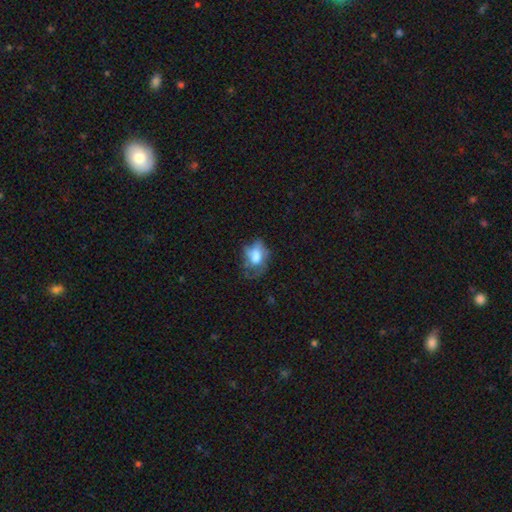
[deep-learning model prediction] Smooth or featured?
  - smooth: 56% *
  - featured or disk: 33%
  - star or artifact: 10%
How rounded?
  - in between: 76% *
  - round: 22%
  - cigar-shaped: 2%
Merging?
  - none: 35% *
  - major disturbance: 34%
  - minor disturbance: 29%
  - merger: 3%